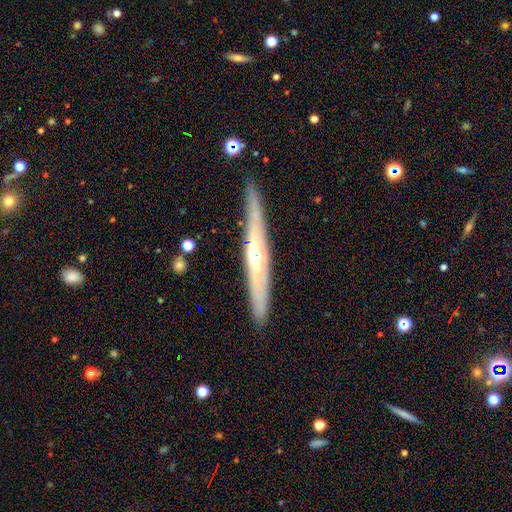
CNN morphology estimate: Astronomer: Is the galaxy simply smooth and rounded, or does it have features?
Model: featured or disk — 70%.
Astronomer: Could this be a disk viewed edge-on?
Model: yes — 93%.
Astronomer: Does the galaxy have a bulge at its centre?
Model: rounded — 62%.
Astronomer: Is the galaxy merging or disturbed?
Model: none — 87%.